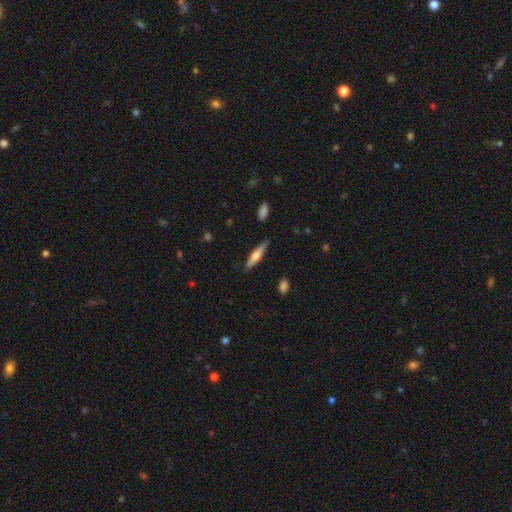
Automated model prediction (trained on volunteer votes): Smooth or featured?
  - smooth: 48% *
  - featured or disk: 45%
  - star or artifact: 6%
Merging?
  - none: 85% *
  - minor disturbance: 11%
  - major disturbance: 2%
  - merger: 2%